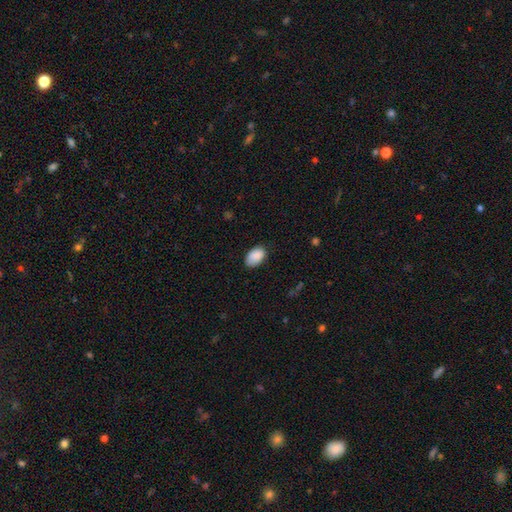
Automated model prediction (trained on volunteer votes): smooth-or-featured: smooth: 89% | star or artifact: 7% | featured or disk: 4%
  how-rounded: in between: 91% | round: 8% | cigar-shaped: 1%
  merging: none: 76% | minor disturbance: 20% | major disturbance: 3% | merger: 1%